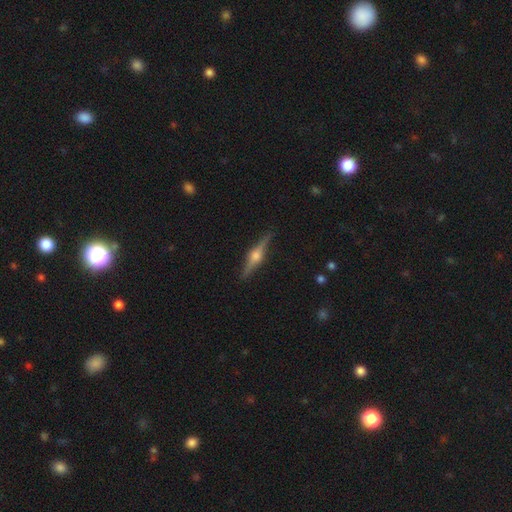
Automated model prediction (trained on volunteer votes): Smooth or featured?
  - featured or disk: 81% *
  - smooth: 13%
  - star or artifact: 6%
Edge-on disk?
  - yes: 98% *
  - no: 2%
Edge-on bulge?
  - rounded: 94% *
  - boxy: 4%
  - none: 2%
Merging?
  - none: 90% *
  - minor disturbance: 7%
  - major disturbance: 2%
  - merger: 1%